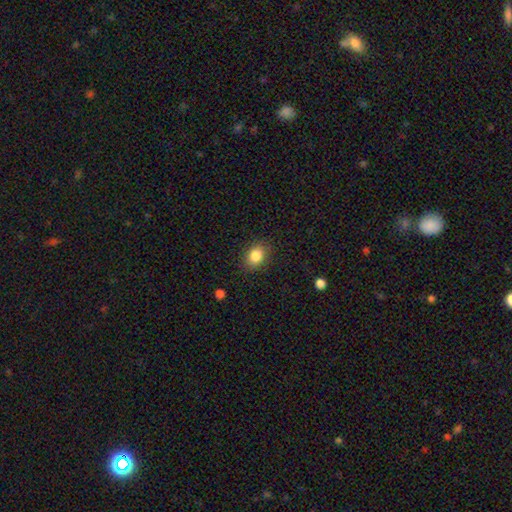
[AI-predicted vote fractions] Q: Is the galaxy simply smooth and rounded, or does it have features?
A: smooth — 85%.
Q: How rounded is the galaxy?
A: in between — 63%.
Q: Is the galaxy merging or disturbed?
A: none — 85%.